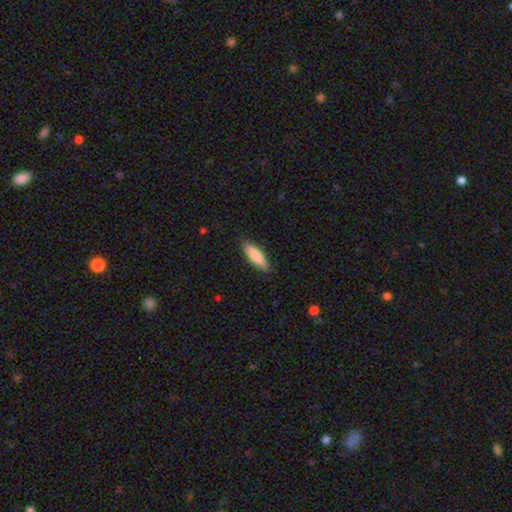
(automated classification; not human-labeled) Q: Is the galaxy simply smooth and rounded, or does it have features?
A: smooth — 86%.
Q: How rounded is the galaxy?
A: in between — 53%.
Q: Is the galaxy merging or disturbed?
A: none — 89%.